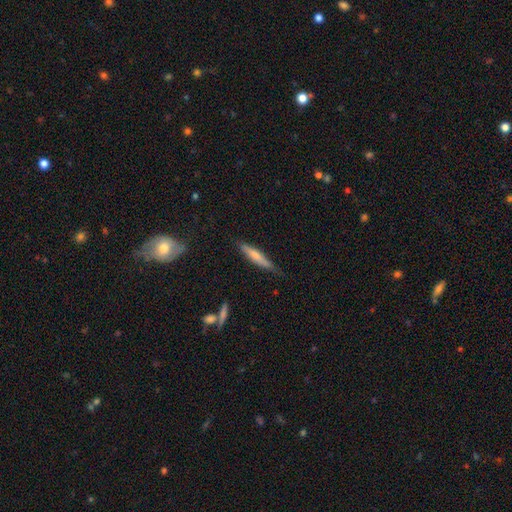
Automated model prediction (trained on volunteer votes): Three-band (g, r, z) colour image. It shows a smooth galaxy with no disk features (60%) that is cigar-shaped (88%). Merging: none (75%).